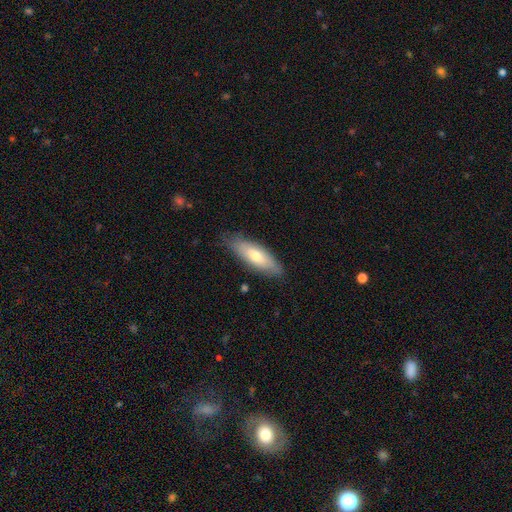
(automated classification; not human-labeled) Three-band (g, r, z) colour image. It shows a smooth galaxy with no disk features (68%) that is in between round and cigar-shaped (55%). Merging: none (81%).